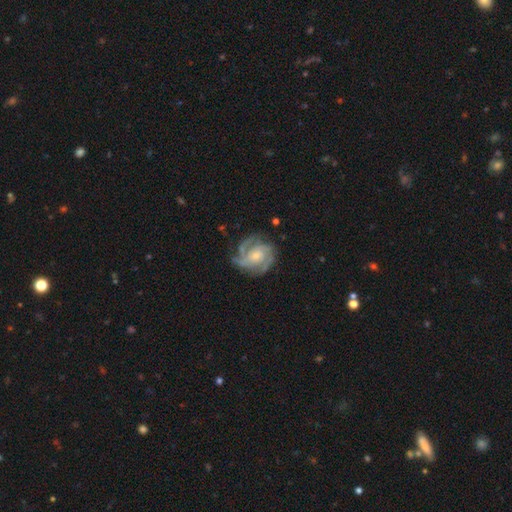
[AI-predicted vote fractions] featured or disk 88%, smooth 7%, star or artifact 5%. Down the decision tree: edge-on disk — no (98%); bar — no (65%); spiral arms — yes (97%); spiral arm count — 3 (44%); spiral winding — tight (54%); bulge size — small (54%); merging — none (72%).